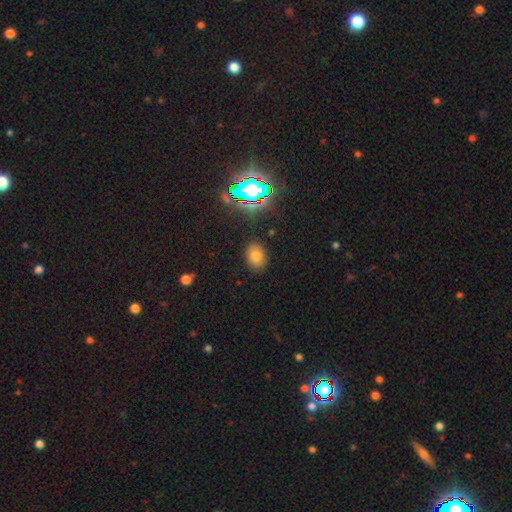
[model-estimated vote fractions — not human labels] Smooth or featured? smooth (72%)
How rounded? in between (68%)
Merging? none (86%)